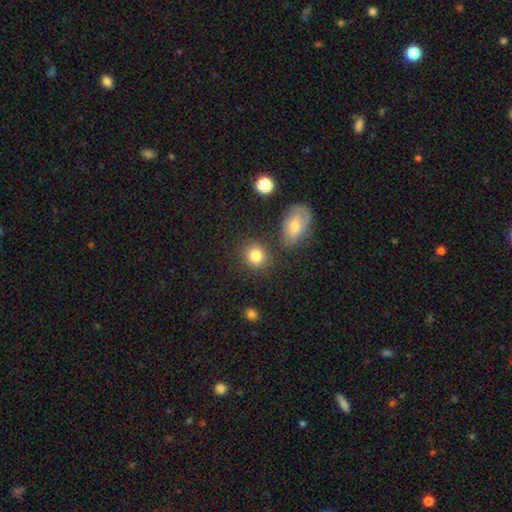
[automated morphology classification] type=smooth (83%); roundness=round (75%); merging=none (78%).